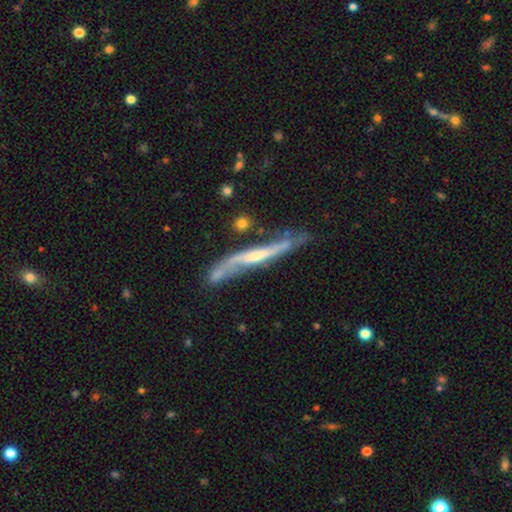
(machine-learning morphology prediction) smooth-or-featured: featured or disk: 79% | smooth: 15% | star or artifact: 7%
  disk-edge-on: yes: 77% | no: 23%
    edge-on-bulge: rounded: 50% | none: 40% | boxy: 11%
  merging: none: 64% | minor disturbance: 23% | major disturbance: 7% | merger: 6%